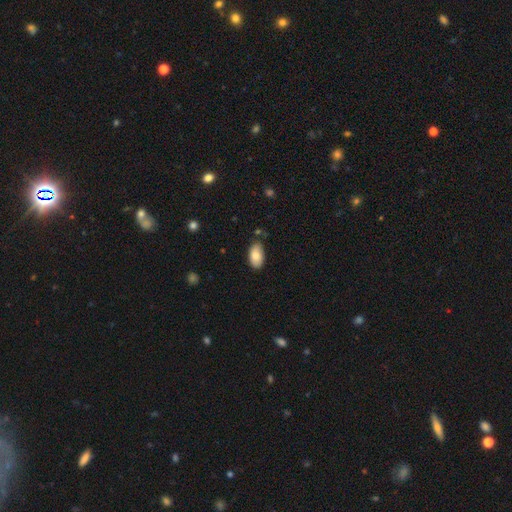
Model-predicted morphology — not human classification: type=smooth (83%); roundness=in between (95%); merging=none (76%).